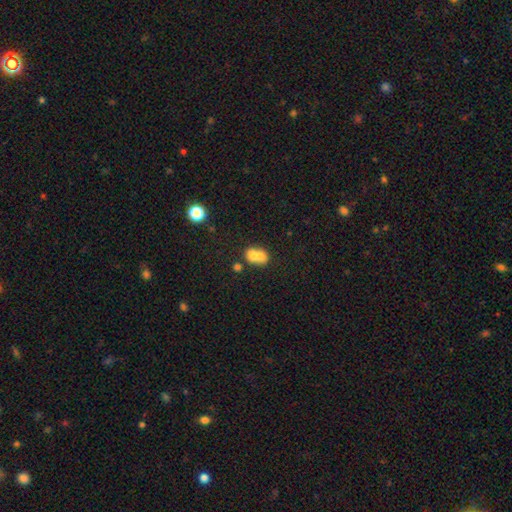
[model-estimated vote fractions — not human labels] smooth 71%, featured or disk 18%, star or artifact 11%. Down the decision tree: how rounded — in between (62%); merging — merger (56%).